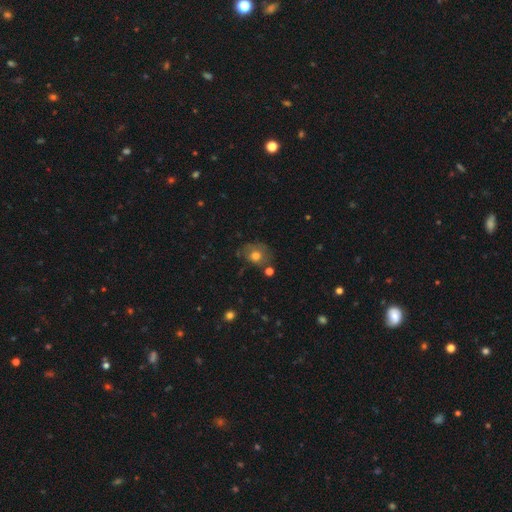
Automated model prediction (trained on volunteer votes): Smooth or featured? smooth (68%)
How rounded? round (54%)
Merging? none (55%)